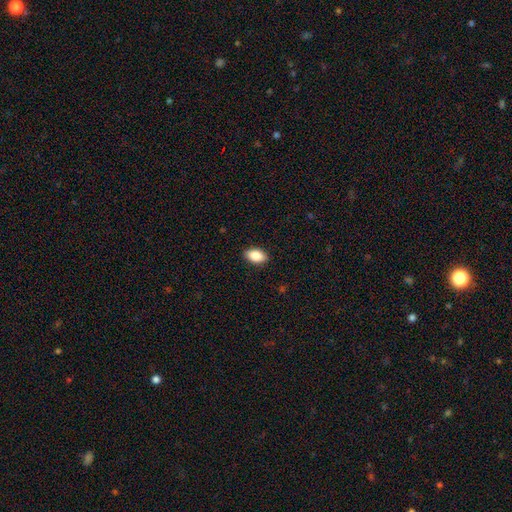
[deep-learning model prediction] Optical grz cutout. It shows a smooth galaxy with no disk features (87%) that is in between round and cigar-shaped (90%). Merging: none (89%).